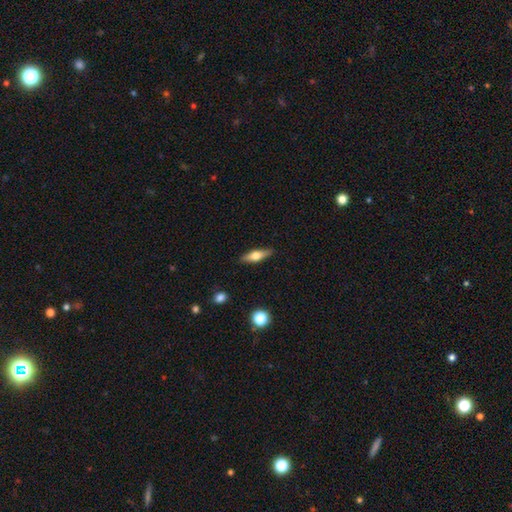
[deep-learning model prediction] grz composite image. It shows a smooth galaxy with no disk features (52%) that is cigar-shaped (56%). Merging: none (87%).